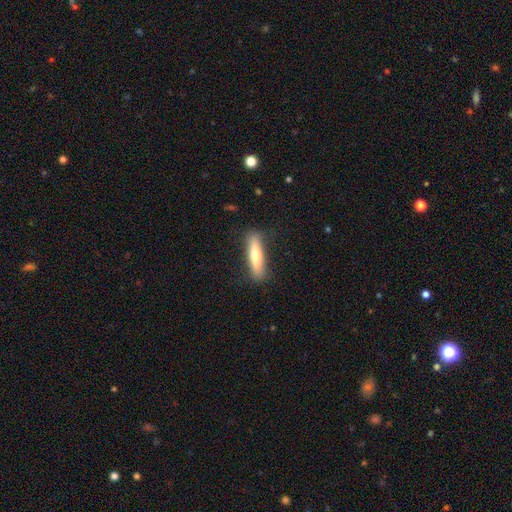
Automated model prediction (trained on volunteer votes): smooth 65%, featured or disk 29%, star or artifact 6%. Down the decision tree: how rounded — cigar-shaped (80%); merging — none (86%).